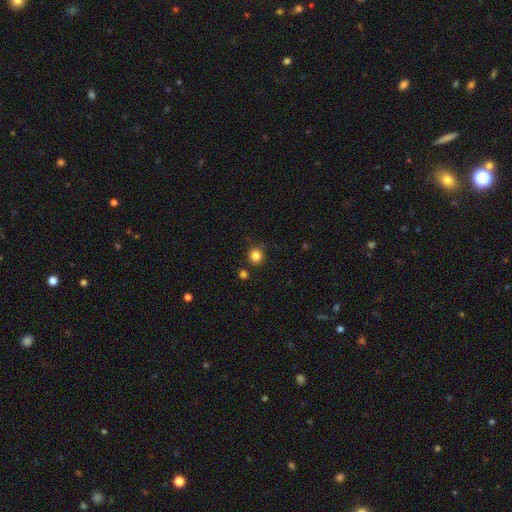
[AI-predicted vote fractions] Q: Smooth or featured?
A: smooth (84%); runner-up: star or artifact (11%)
Q: How rounded?
A: round (91%); runner-up: in between (8%)
Q: Merging?
A: none (82%); runner-up: minor disturbance (11%)